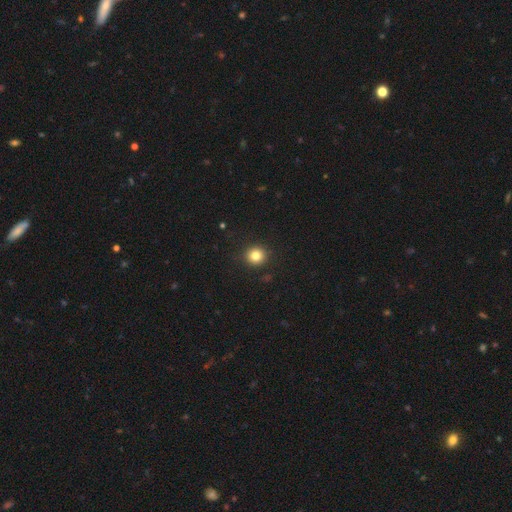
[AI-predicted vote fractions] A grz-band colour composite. It shows a smooth galaxy with no disk features (82%) that is round (91%). Merging: none (91%).